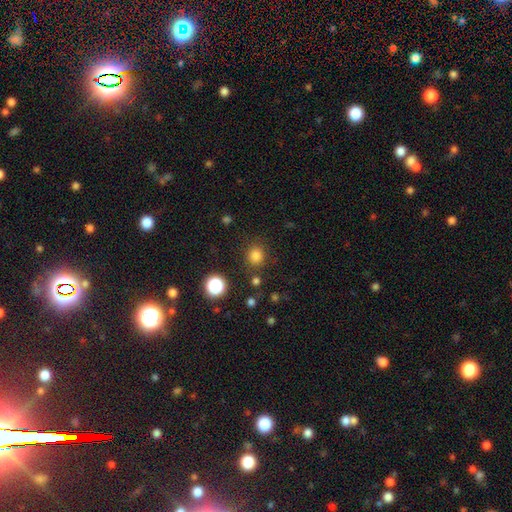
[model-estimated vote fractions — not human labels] Smooth or featured? smooth (80%)
How rounded? round (87%)
Merging? none (85%)